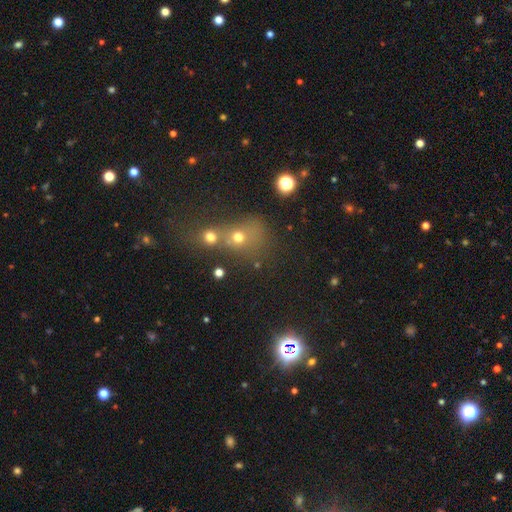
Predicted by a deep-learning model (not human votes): A smooth galaxy with no disk features (48%). Merging: merger (59%).